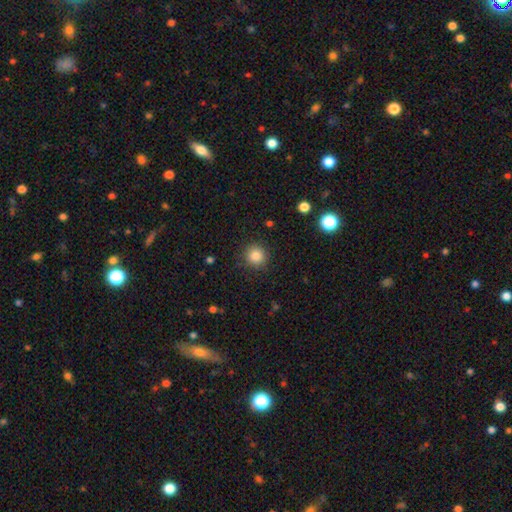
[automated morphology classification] Overall: smooth (84%). How rounded: round (93%). Merging: none (89%).